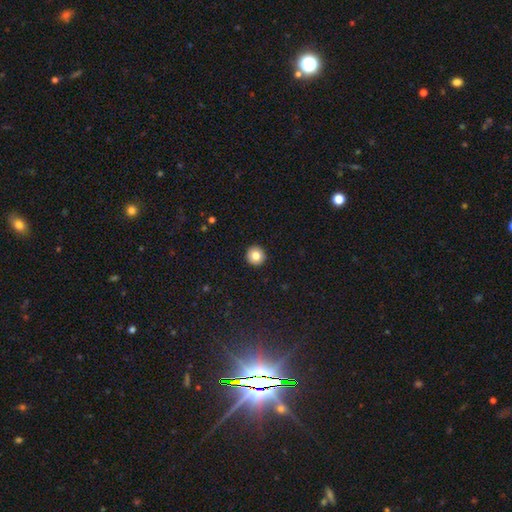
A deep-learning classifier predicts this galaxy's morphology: This is clearly a smooth galaxy (82%). How rounded: clearly round (95%). Merging: clearly none (93%).